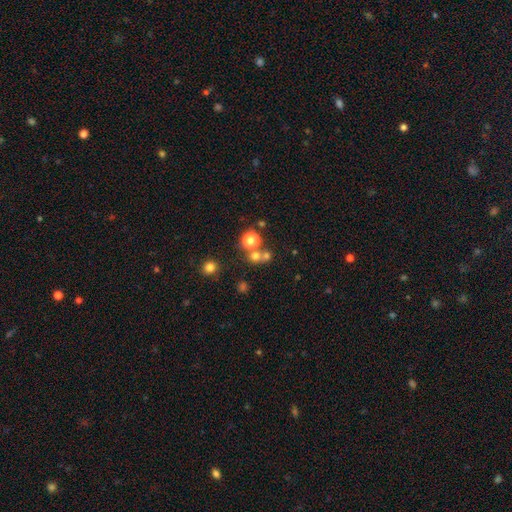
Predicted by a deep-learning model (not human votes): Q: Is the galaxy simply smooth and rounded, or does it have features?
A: smooth — 67%.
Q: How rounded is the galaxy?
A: round — 87%.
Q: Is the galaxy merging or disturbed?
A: none — 55%.